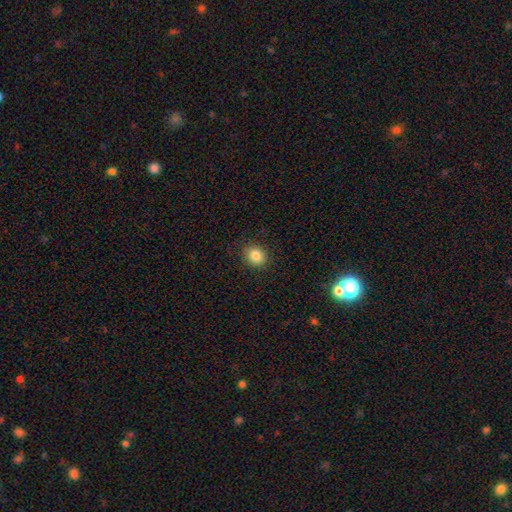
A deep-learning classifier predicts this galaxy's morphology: Overall: smooth (85%). How rounded: round (67%; in between 32%). Merging: none (89%).